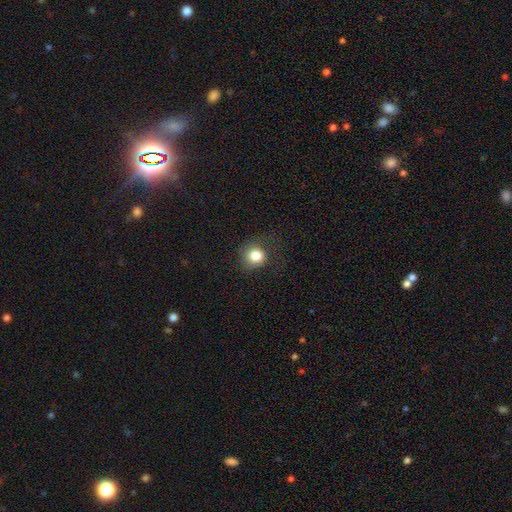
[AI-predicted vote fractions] Morphology: type=smooth (81%); roundness=round (85%); merging=none (71%).